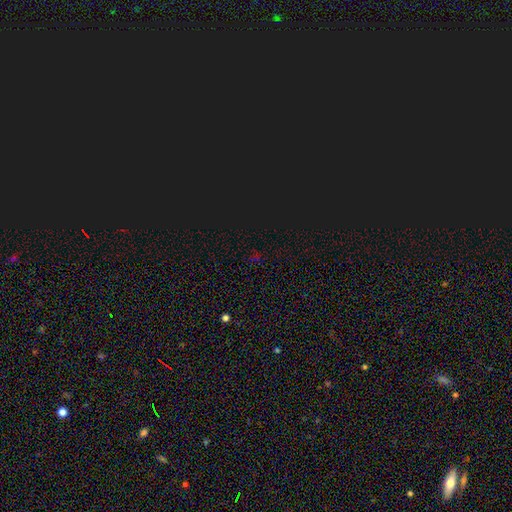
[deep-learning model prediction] Smooth or featured: star or artifact — 74% (smooth — 19%)